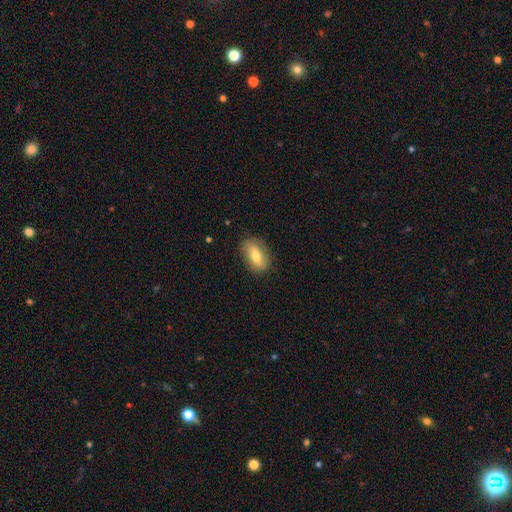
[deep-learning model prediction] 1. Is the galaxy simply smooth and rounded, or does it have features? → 70% smooth, 23% featured or disk, 7% star or artifact.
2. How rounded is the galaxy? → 86% in between, 7% round, 7% cigar-shaped.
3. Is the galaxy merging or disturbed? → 83% none, 13% minor disturbance, 3% major disturbance, 1% merger.